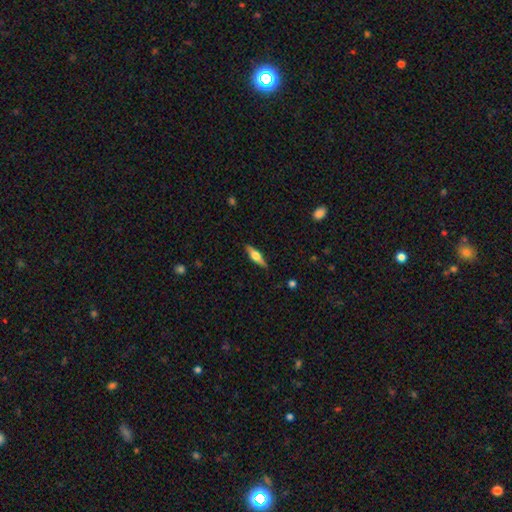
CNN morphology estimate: Overall: featured or disk (60%; smooth 34%). Edge-on disk: yes (95%). Edge-on bulge: rounded (93%). Merging: none (88%).